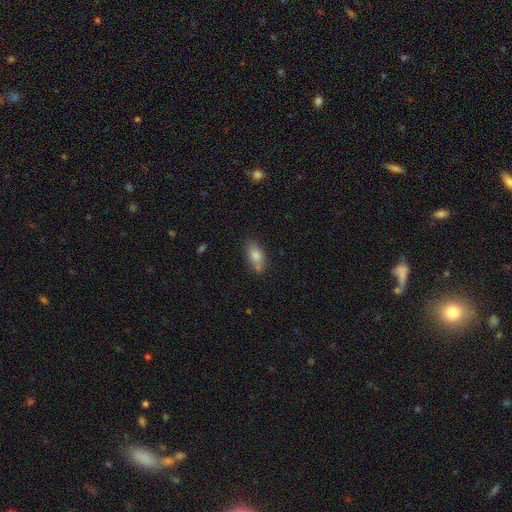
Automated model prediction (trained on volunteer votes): Smooth or featured?
  - smooth: 78% *
  - featured or disk: 13%
  - star or artifact: 9%
How rounded?
  - in between: 85% *
  - cigar-shaped: 9%
  - round: 6%
Merging?
  - none: 65% *
  - minor disturbance: 19%
  - merger: 12%
  - major disturbance: 4%